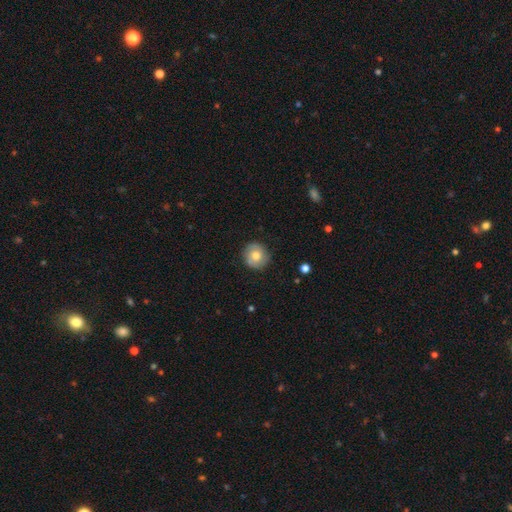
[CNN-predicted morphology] A smooth galaxy with no disk features (70%) that is round (91%).

Vote fractions:
- Smooth or featured? smooth: 70% / featured or disk: 22% / star or artifact: 8%
- How rounded? round: 91% / in between: 8% / cigar-shaped: 1%
- Merging? none: 85% / minor disturbance: 11% / major disturbance: 3% / merger: 1%